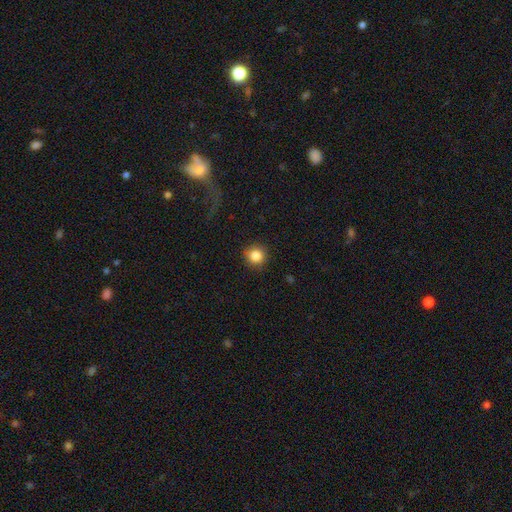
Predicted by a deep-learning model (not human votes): This is clearly a smooth galaxy (85%). How rounded: clearly round (93%). Merging: clearly none (90%).